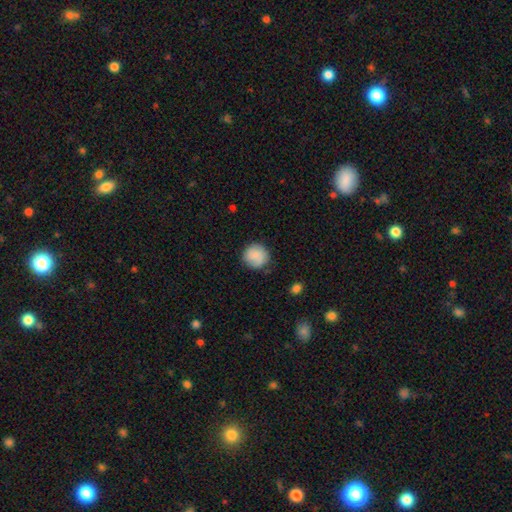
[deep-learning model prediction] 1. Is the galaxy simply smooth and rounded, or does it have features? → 82% smooth, 11% featured or disk, 7% star or artifact.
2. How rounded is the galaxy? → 92% round, 7% in between, 1% cigar-shaped.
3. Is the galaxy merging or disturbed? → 79% none, 16% minor disturbance, 4% major disturbance, 2% merger.